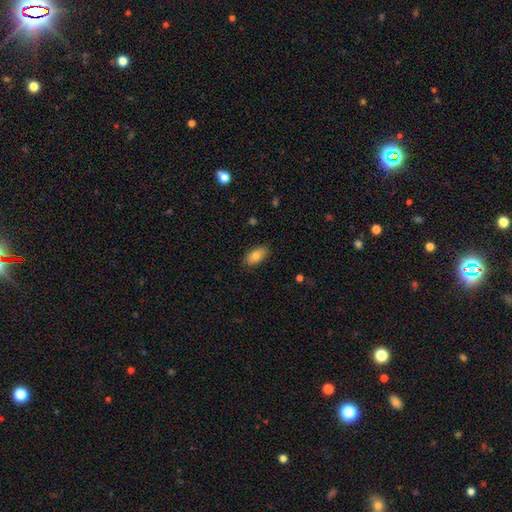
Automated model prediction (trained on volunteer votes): Smooth or featured? smooth (80%)
How rounded? in between (92%)
Merging? none (87%)